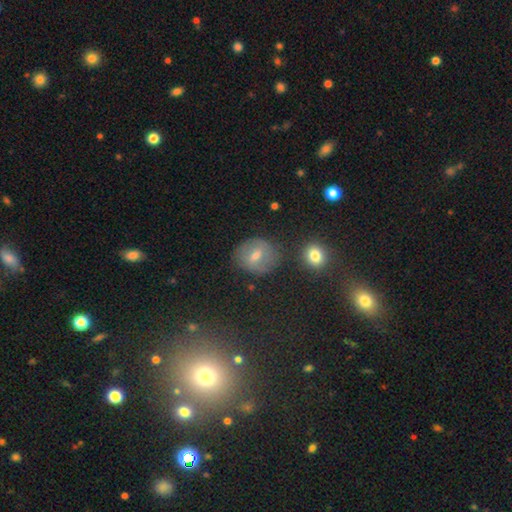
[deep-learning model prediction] The model was most divided on "smooth or featured": smooth: 53%, featured or disk: 32%, star or artifact: 15%. More confident: merging — none (79%); how rounded — round (68%).